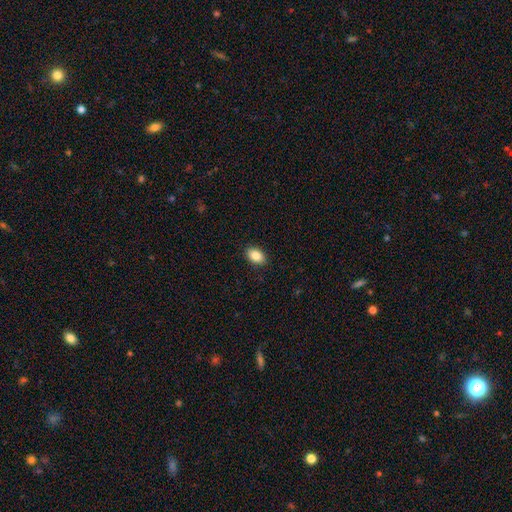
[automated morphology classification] Smooth or featured?
  - smooth: 87% *
  - star or artifact: 8%
  - featured or disk: 6%
How rounded?
  - in between: 89% *
  - round: 10%
  - cigar-shaped: 1%
Merging?
  - none: 90% *
  - minor disturbance: 7%
  - major disturbance: 2%
  - merger: 1%